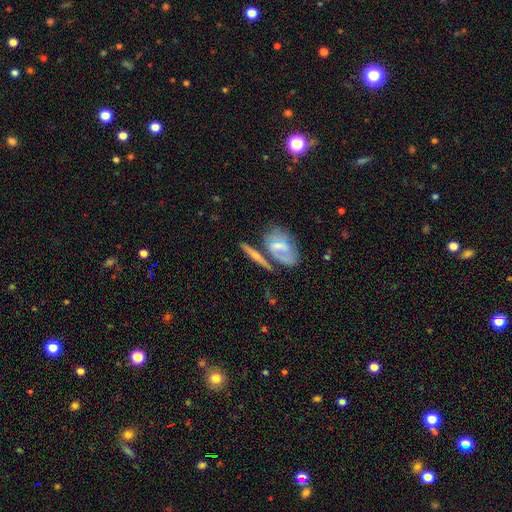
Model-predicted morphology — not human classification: type=featured or disk (48%); merging=none (59%).